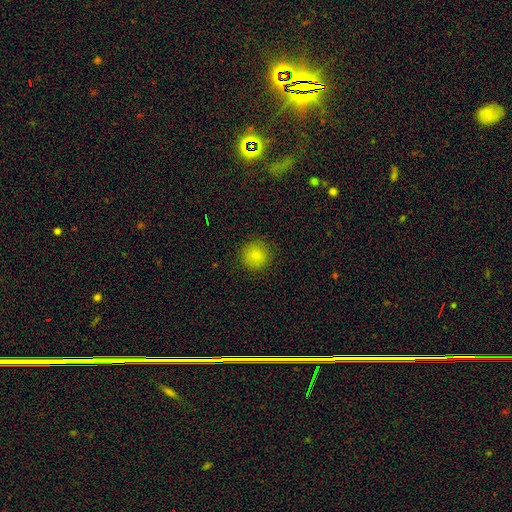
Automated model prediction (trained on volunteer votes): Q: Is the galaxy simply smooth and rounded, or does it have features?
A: smooth — 84%.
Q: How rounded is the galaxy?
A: round — 94%.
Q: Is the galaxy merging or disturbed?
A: none — 88%.